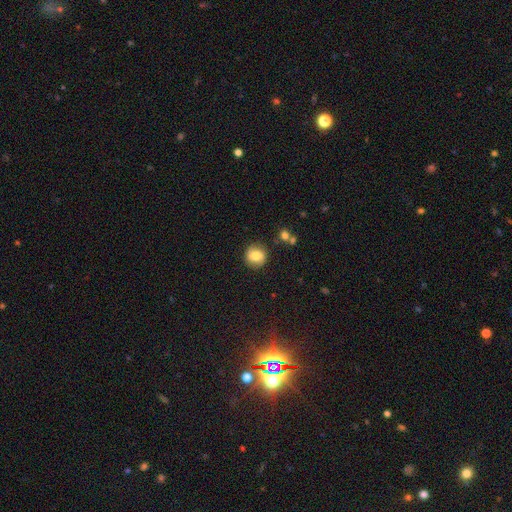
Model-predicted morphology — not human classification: type=smooth (74%); roundness=round (85%); merging=none (84%).